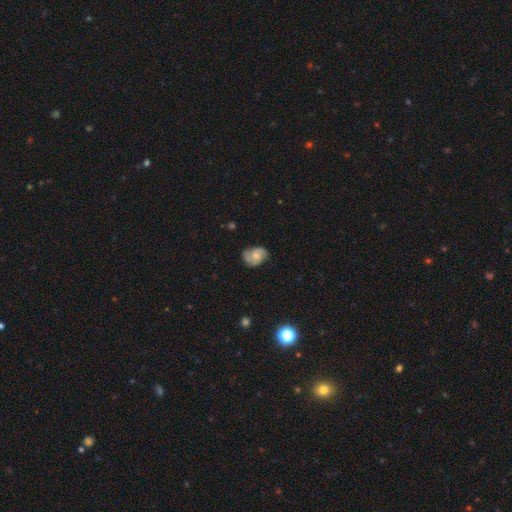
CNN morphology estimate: Smooth or featured? featured or disk (63%)
Edge-on disk? no (97%)
Bar? no (64%)
Spiral arms? yes (91%)
Spiral winding? medium (48%)
Spiral arm count? 2 (65%)
Bulge size? moderate (41%)
Merging? none (68%)